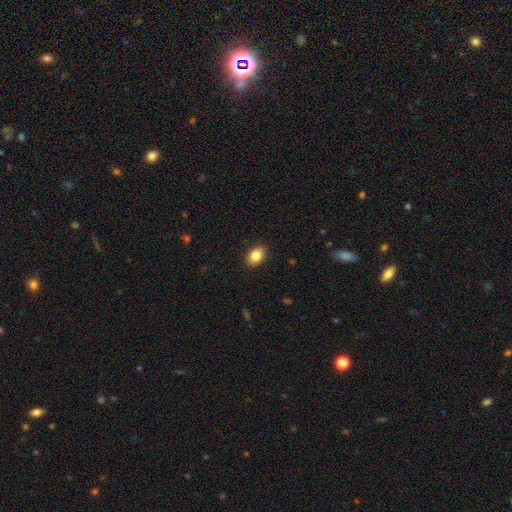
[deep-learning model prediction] smooth_or_featured: smooth (p=0.85) [alt: star or artifact p=0.08]
how_rounded: in between (p=0.83) [alt: round p=0.16]
merging: none (p=0.90) [alt: minor disturbance p=0.08]